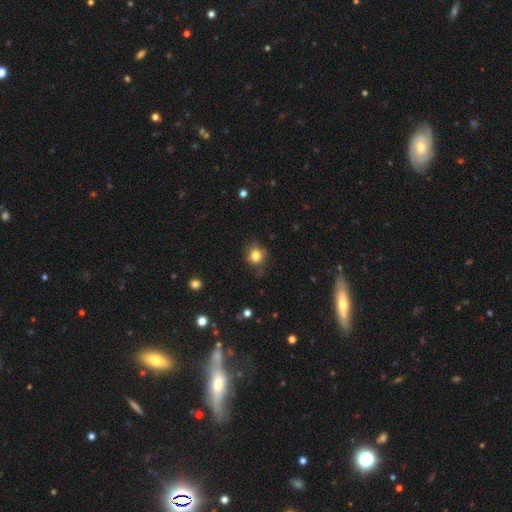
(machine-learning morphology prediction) Q: Smooth or featured?
A: smooth (80%); runner-up: star or artifact (11%)
Q: How rounded?
A: round (81%); runner-up: in between (18%)
Q: Merging?
A: none (68%); runner-up: minor disturbance (24%)